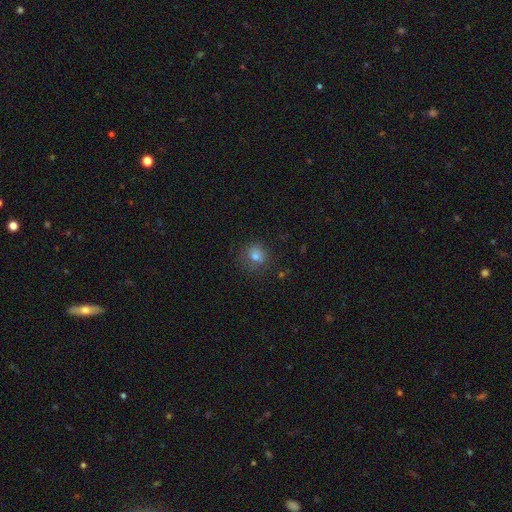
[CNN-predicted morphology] smooth-or-featured: smooth: 75% | star or artifact: 16% | featured or disk: 9%
  how-rounded: round: 81% | in between: 18% | cigar-shaped: 1%
  merging: none: 77% | minor disturbance: 15% | major disturbance: 6% | merger: 2%